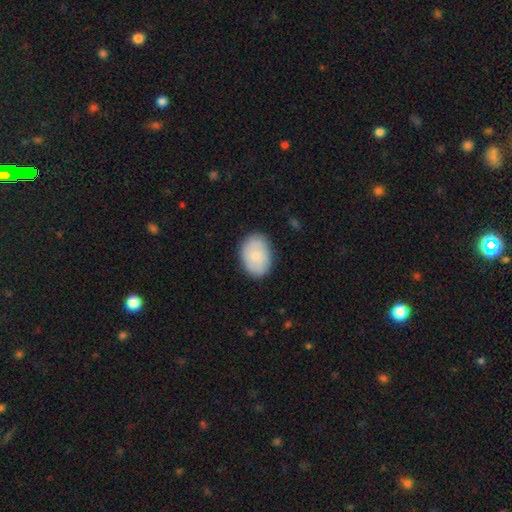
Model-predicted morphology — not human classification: smooth_or_featured: smooth (p=0.78) [alt: featured or disk p=0.16]
how_rounded: in between (p=0.82) [alt: round p=0.17]
merging: none (p=0.84) [alt: minor disturbance p=0.12]